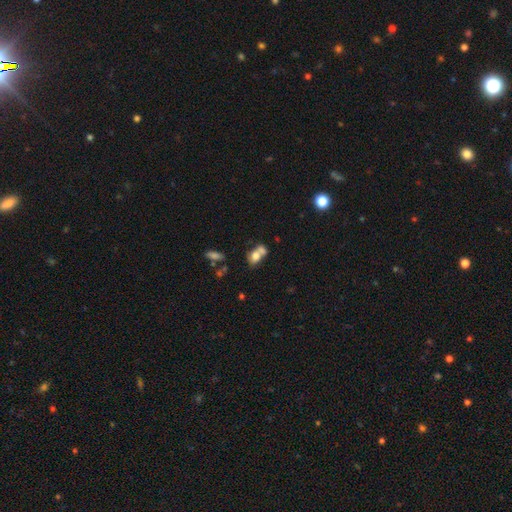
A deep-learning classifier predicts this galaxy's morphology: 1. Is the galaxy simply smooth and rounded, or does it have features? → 68% smooth, 22% featured or disk, 10% star or artifact.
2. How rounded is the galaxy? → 69% in between, 29% round, 2% cigar-shaped.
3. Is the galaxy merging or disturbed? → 60% merger, 24% none, 10% minor disturbance, 7% major disturbance.